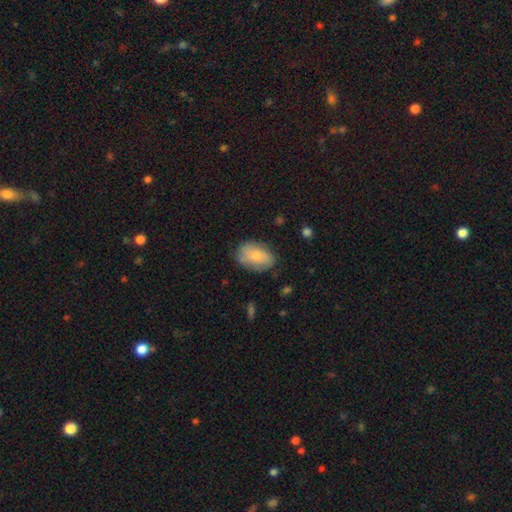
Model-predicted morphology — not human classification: Q: Smooth or featured?
A: smooth (72%); runner-up: featured or disk (22%)
Q: How rounded?
A: in between (87%); runner-up: round (11%)
Q: Merging?
A: none (72%); runner-up: minor disturbance (21%)